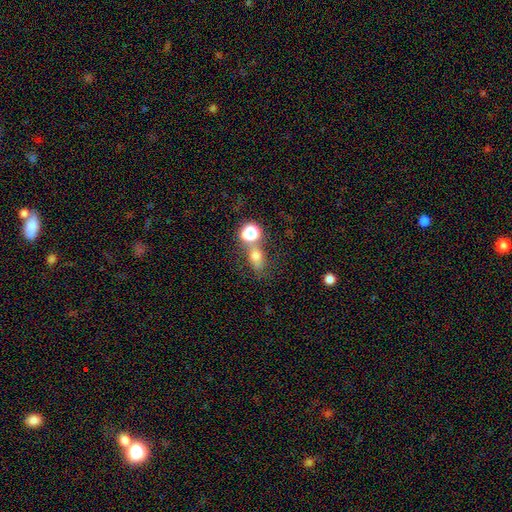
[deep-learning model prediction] This appears to be a smooth galaxy with no disk features (66%) that is in between round and cigar-shaped (58%). Merging: none (47%).